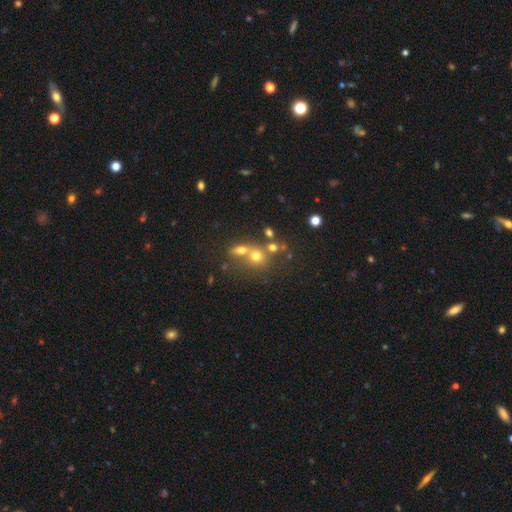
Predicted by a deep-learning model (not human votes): Smooth or featured: smooth — 49% (star or artifact — 29%)
Merging: merger — 50% (none — 38%)